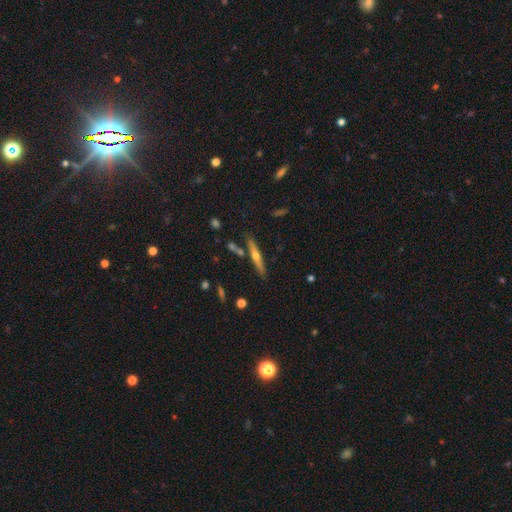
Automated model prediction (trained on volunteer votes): This appears to be a featured or disk galaxy (62%) viewed edge-on (95%) with a rounded central bulge (88%). Merging: none (82%).